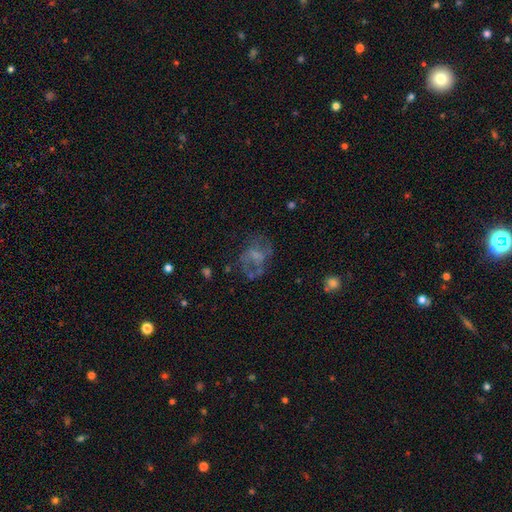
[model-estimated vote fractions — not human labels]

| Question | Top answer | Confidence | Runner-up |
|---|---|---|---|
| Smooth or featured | featured or disk | 52% | smooth (35%) |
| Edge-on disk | no | 98% | yes (2%) |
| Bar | no | 73% | weak (23%) |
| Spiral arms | no | 69% | yes (31%) |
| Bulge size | none | 50% | small (25%) |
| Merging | none | 45% | major disturbance (31%) |